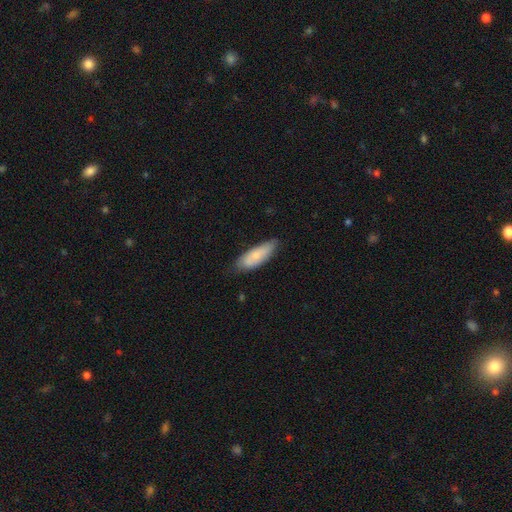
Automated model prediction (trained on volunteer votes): Smooth or featured? smooth (73%)
How rounded? in between (65%)
Merging? none (71%)